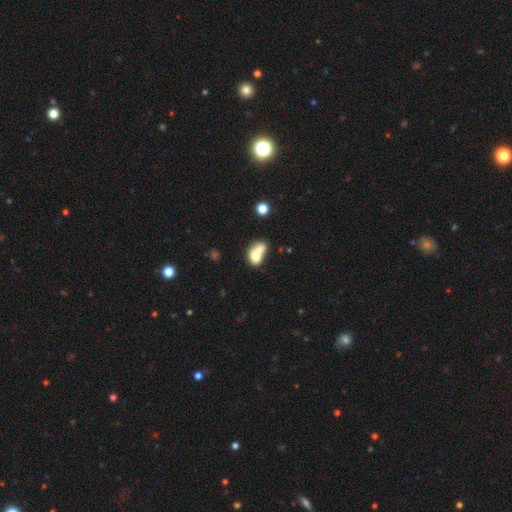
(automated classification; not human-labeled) smooth 67%, featured or disk 23%, star or artifact 10%. Down the decision tree: how rounded — in between (65%); merging — merger (64%).